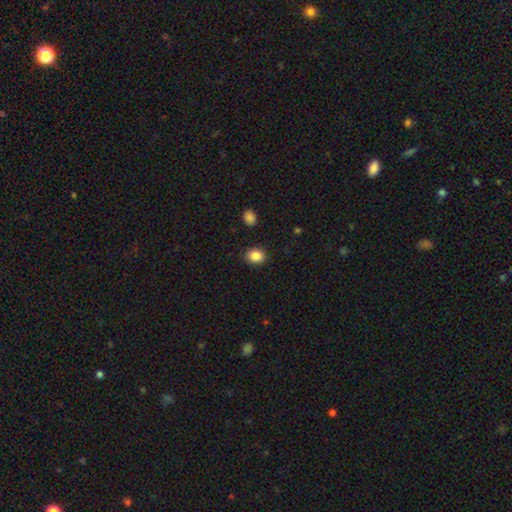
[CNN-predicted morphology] A smooth galaxy with no disk features (87%) that is round (55%). Merging: none (86%).